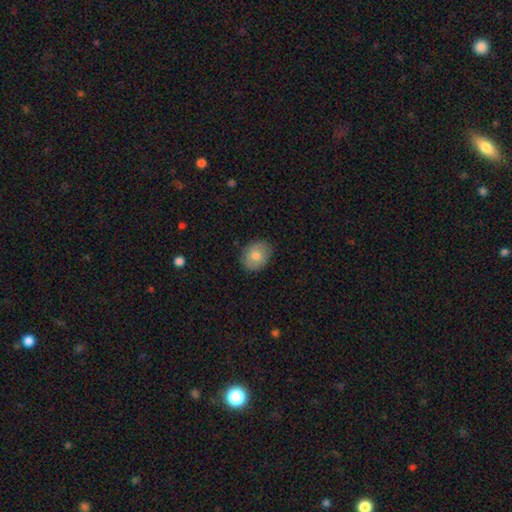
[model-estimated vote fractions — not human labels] smooth_or_featured: smooth (p=0.76) [alt: featured or disk p=0.16]
how_rounded: in between (p=0.51) [alt: round p=0.48]
merging: none (p=0.83) [alt: minor disturbance p=0.13]